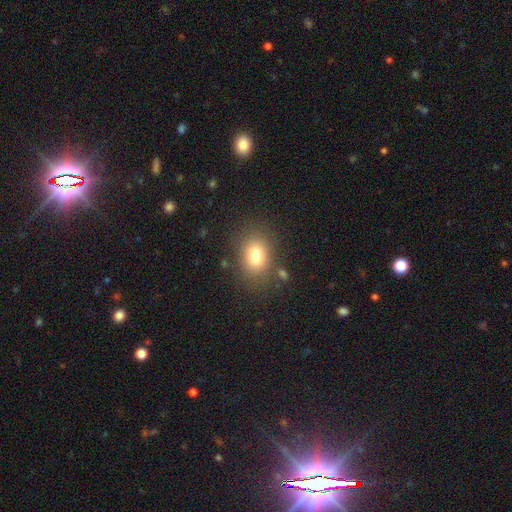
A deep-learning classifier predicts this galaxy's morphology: Smooth or featured?
  - smooth: 78% *
  - star or artifact: 12%
  - featured or disk: 10%
How rounded?
  - in between: 61% *
  - round: 38%
  - cigar-shaped: 1%
Merging?
  - none: 81% *
  - minor disturbance: 11%
  - major disturbance: 5%
  - merger: 3%